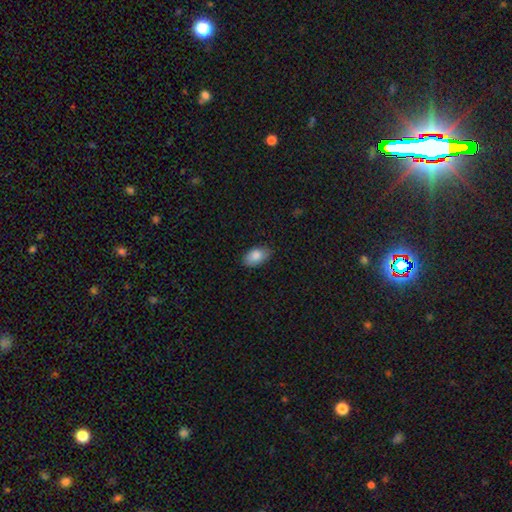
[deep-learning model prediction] Morphology: type=smooth (86%); roundness=in between (93%); merging=none (81%).